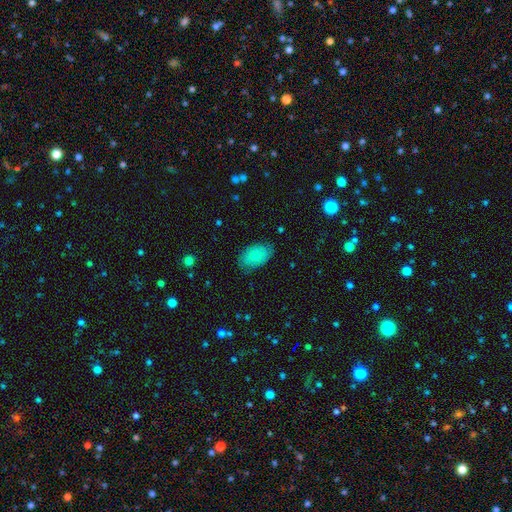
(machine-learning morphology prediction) smooth-or-featured: smooth: 75% | featured or disk: 18% | star or artifact: 7%
  how-rounded: in between: 92% | round: 6% | cigar-shaped: 1%
  merging: none: 75% | minor disturbance: 19% | major disturbance: 4% | merger: 1%